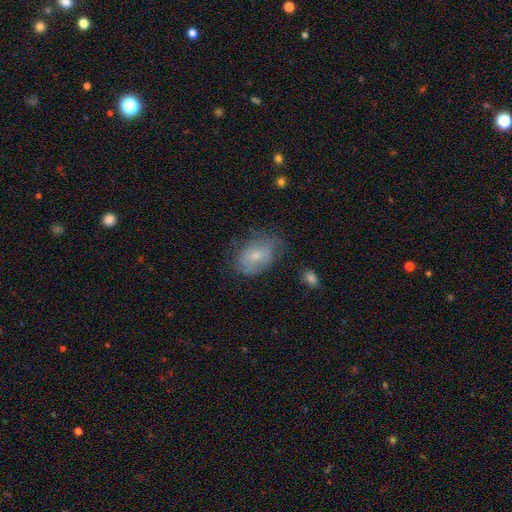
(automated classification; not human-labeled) Smooth or featured: smooth — 56% (featured or disk — 36%)
How rounded: in between — 82% (round — 16%)
Merging: none — 56% (minor disturbance — 30%)